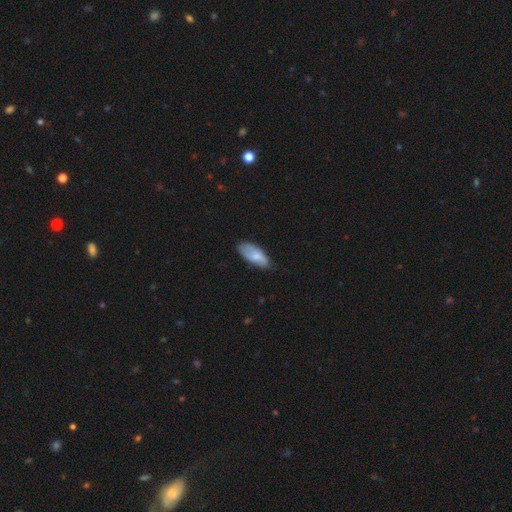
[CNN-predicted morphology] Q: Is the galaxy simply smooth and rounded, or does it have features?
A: smooth — 73%.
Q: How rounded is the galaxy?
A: in between — 86%.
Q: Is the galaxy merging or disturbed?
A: none — 71%.